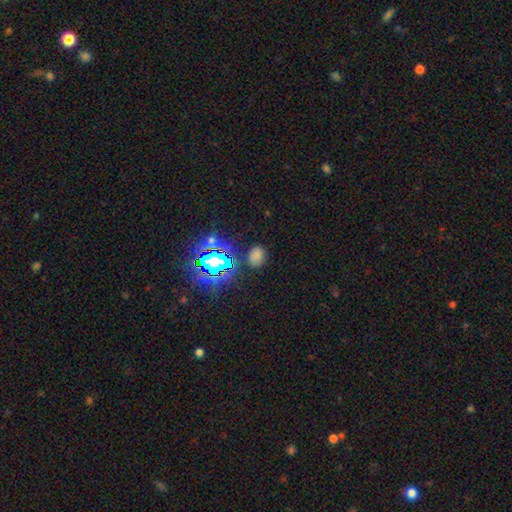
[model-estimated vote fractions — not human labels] Smooth or featured? Predicted: smooth (p=0.65). How rounded? Predicted: in between (p=0.55). Merging? Predicted: none (p=0.81).